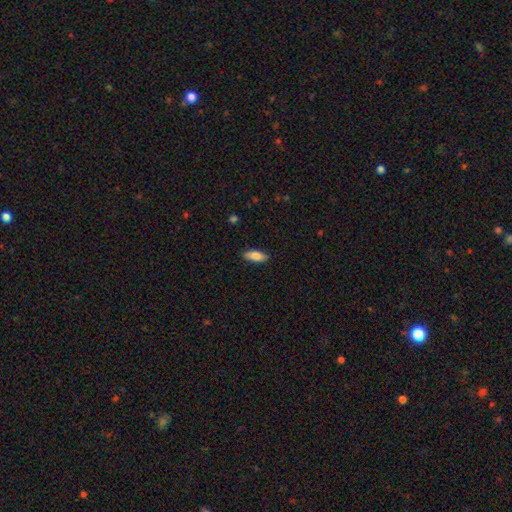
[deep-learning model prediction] Smooth or featured? smooth (83%)
How rounded? in between (72%)
Merging? none (88%)